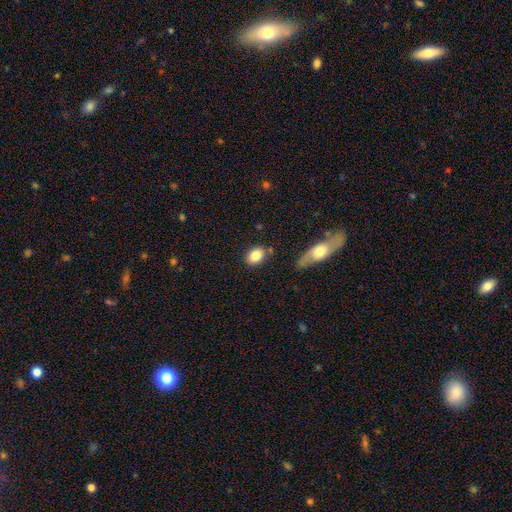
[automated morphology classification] smooth-or-featured: smooth: 83% | featured or disk: 10% | star or artifact: 8%
  how-rounded: in between: 68% | round: 30% | cigar-shaped: 1%
  merging: none: 79% | minor disturbance: 12% | merger: 5% | major disturbance: 3%